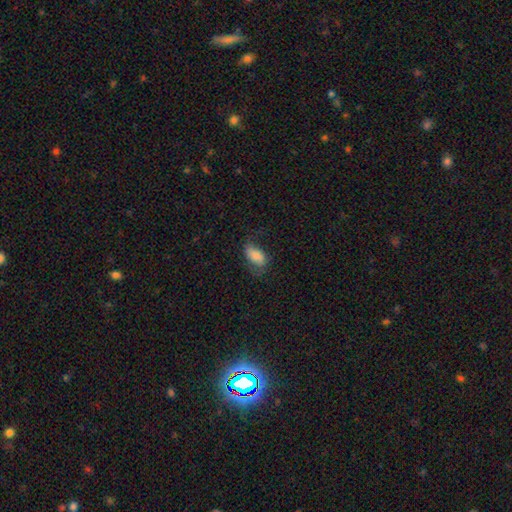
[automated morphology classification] smooth-or-featured: smooth: 71% | featured or disk: 21% | star or artifact: 9%
  how-rounded: in between: 91% | round: 5% | cigar-shaped: 4%
  merging: none: 56% | minor disturbance: 26% | major disturbance: 17% | merger: 2%